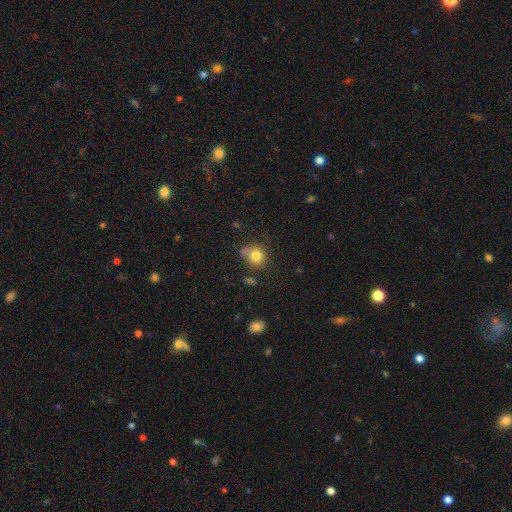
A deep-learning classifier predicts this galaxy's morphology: Smooth or featured? smooth (80%)
How rounded? round (77%)
Merging? none (59%)